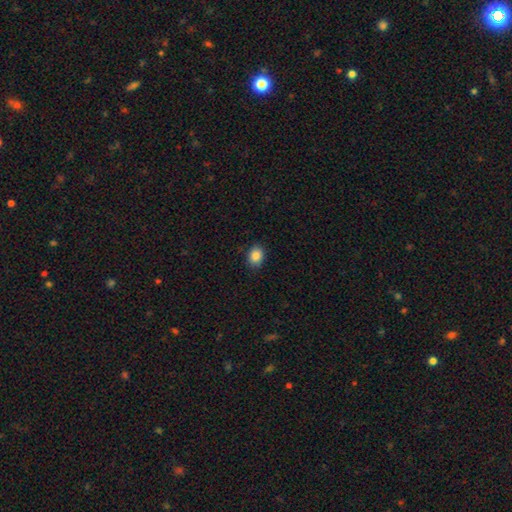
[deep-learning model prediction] smooth-or-featured: smooth: 86% | star or artifact: 9% | featured or disk: 4%
  how-rounded: in between: 59% | round: 40% | cigar-shaped: 1%
  merging: none: 88% | minor disturbance: 9% | major disturbance: 2% | merger: 1%